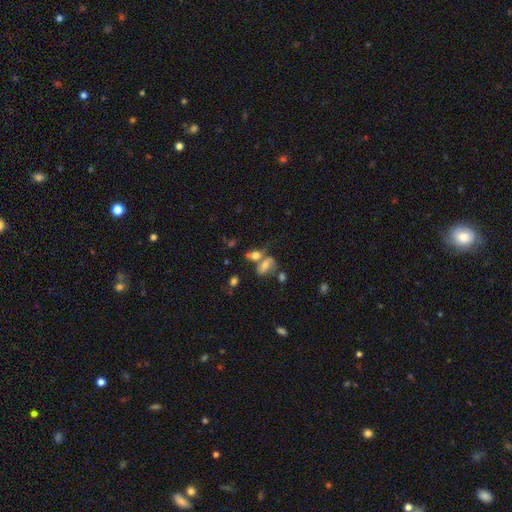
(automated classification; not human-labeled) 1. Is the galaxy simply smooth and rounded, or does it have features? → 56% smooth, 30% featured or disk, 14% star or artifact.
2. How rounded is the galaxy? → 77% in between, 14% round, 9% cigar-shaped.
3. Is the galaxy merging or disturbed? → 41% merger, 34% none, 14% minor disturbance, 11% major disturbance.